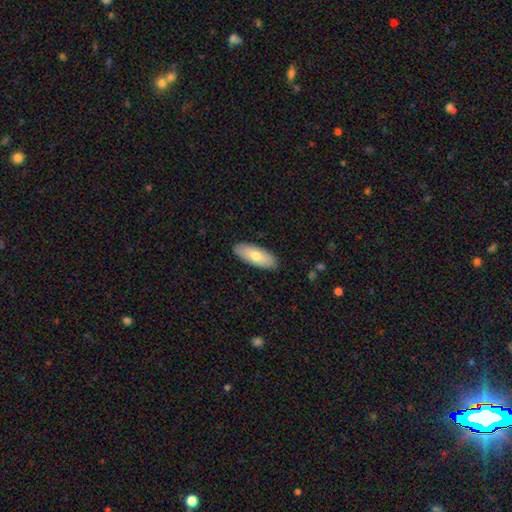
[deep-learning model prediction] Smooth or featured? smooth (72%)
How rounded? in between (80%)
Merging? none (89%)